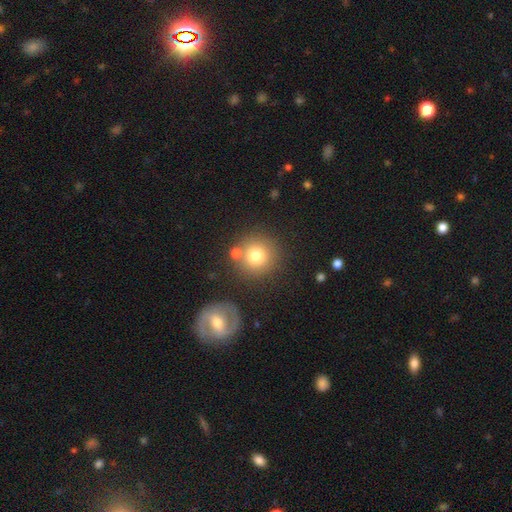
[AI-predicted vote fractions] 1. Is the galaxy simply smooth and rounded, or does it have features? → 78% smooth, 12% featured or disk, 11% star or artifact.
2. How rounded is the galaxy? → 93% round, 6% in between, 1% cigar-shaped.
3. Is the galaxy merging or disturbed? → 74% none, 13% merger, 9% minor disturbance, 4% major disturbance.